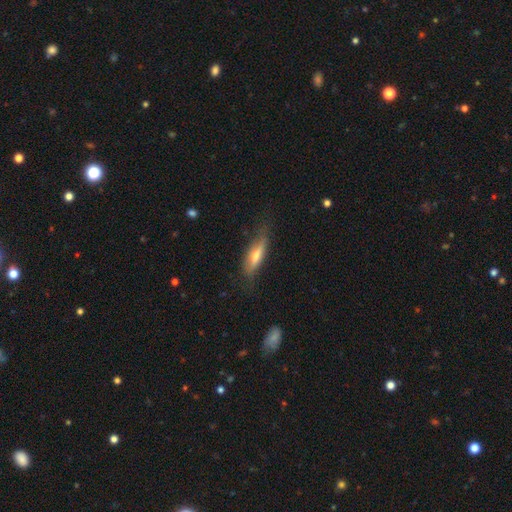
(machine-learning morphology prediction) Smooth or featured? Predicted: smooth (p=0.50). Merging? Predicted: none (p=0.68).